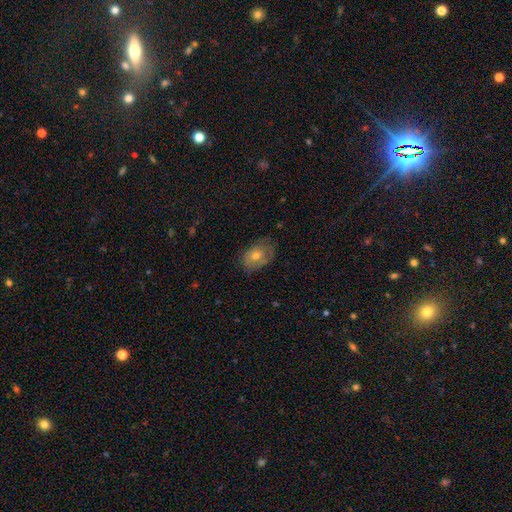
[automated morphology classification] The model was most divided on "merging": none: 58%, minor disturbance: 29%, major disturbance: 11%, merger: 1%. More confident: how rounded — in between (82%); smooth or featured — smooth (65%).